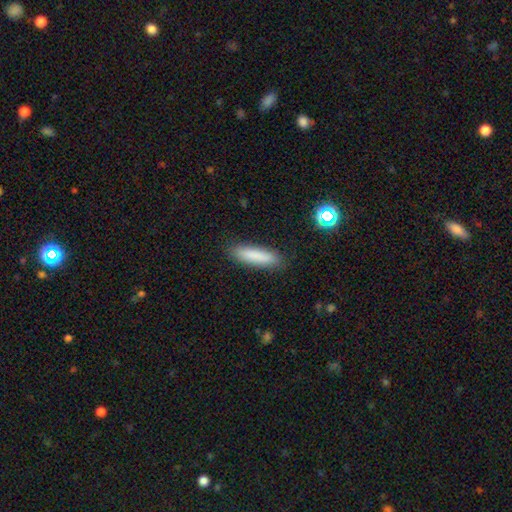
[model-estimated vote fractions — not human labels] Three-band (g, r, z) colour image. It shows a smooth galaxy with no disk features (83%) that is cigar-shaped (75%). Merging: none (88%).